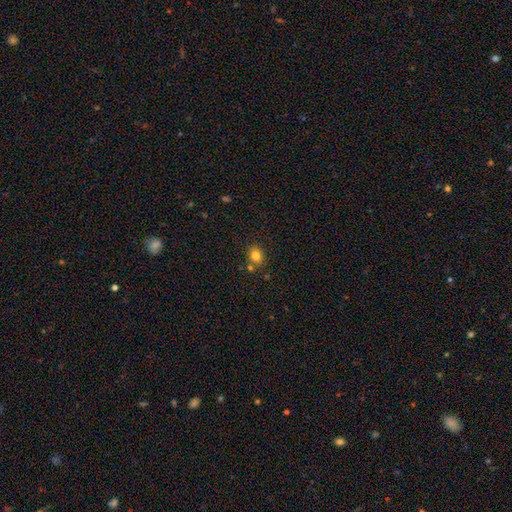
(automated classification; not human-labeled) This is clearly a smooth galaxy (81%). How rounded: possibly round (56%). Merging: likely none (76%).